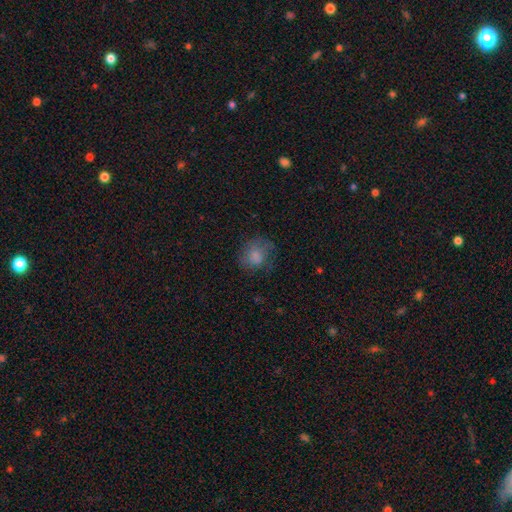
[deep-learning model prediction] This is likely a smooth galaxy (76%). How rounded: likely round (68%). Merging: possibly none (56%).